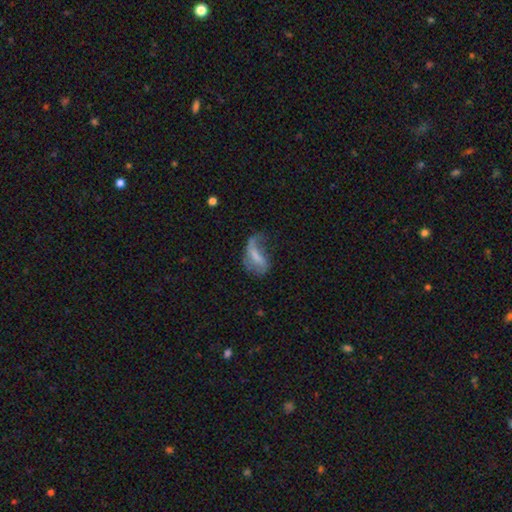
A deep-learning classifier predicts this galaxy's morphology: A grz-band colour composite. It shows a featured or disk galaxy (48%). Merging: major disturbance (47%).